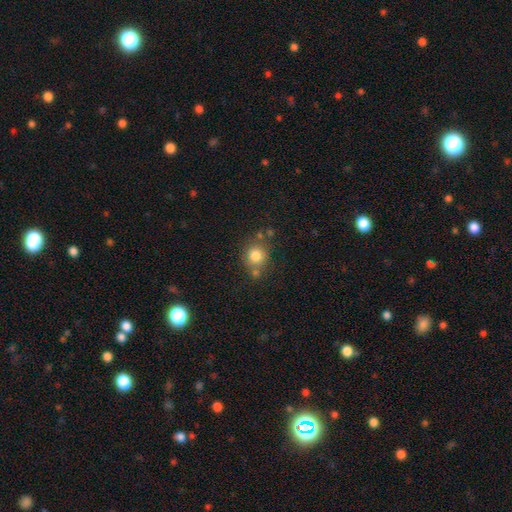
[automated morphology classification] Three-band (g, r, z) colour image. It shows a smooth galaxy with no disk features (80%) that is round (79%). Merging: none (66%).